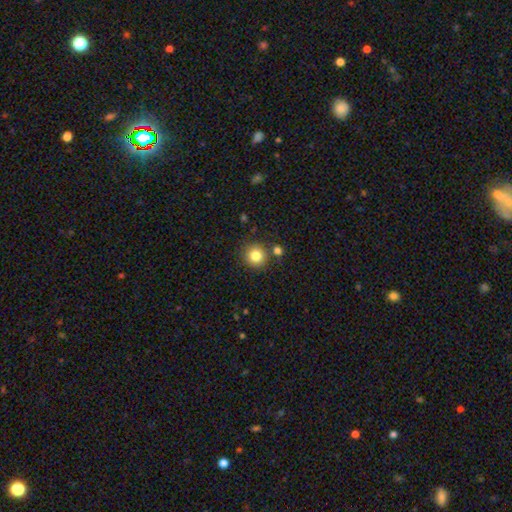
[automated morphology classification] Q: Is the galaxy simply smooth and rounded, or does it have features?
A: smooth — 82%.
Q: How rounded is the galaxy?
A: round — 92%.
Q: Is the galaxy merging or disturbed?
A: none — 81%.